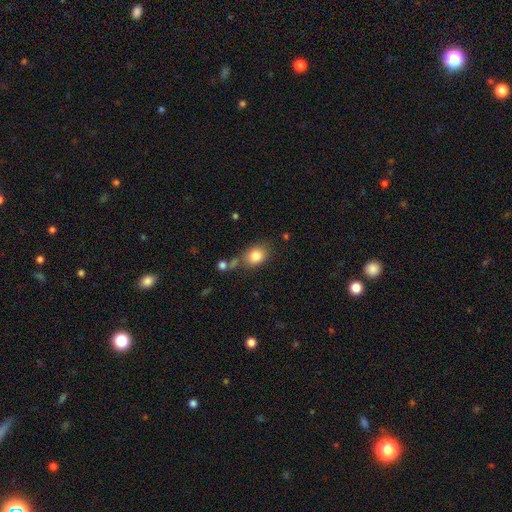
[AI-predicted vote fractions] Smooth or featured? smooth (82%)
How rounded? in between (57%)
Merging? none (63%)